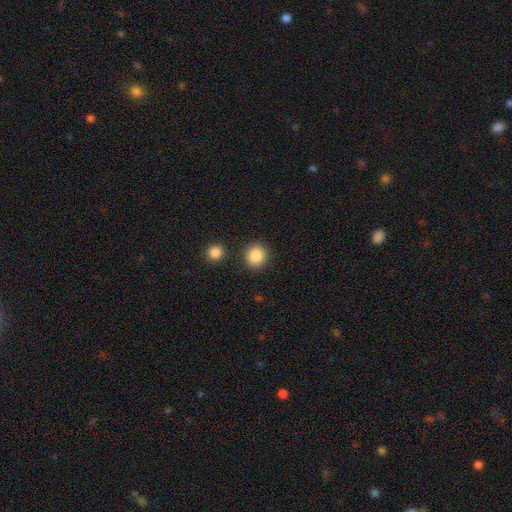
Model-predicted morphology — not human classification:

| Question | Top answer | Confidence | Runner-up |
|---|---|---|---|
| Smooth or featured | smooth | 88% | star or artifact (9%) |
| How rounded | round | 89% | in between (10%) |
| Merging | none | 87% | minor disturbance (7%) |